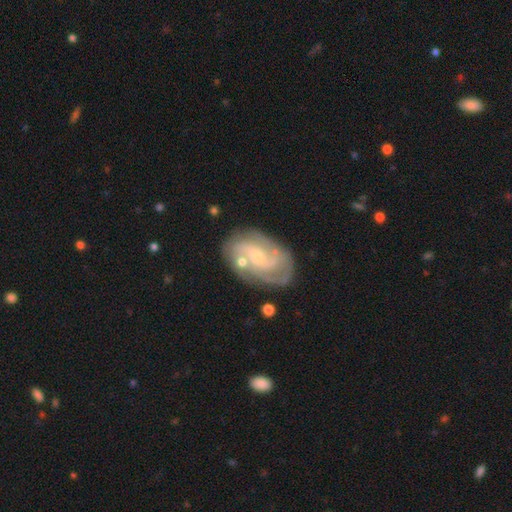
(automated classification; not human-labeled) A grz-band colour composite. It shows a featured or disk galaxy (81%) with no bar (62%), 2 (29%) tight (49%) spiral arms (93%) and a small central bulge (73%). Merging: none (66%).